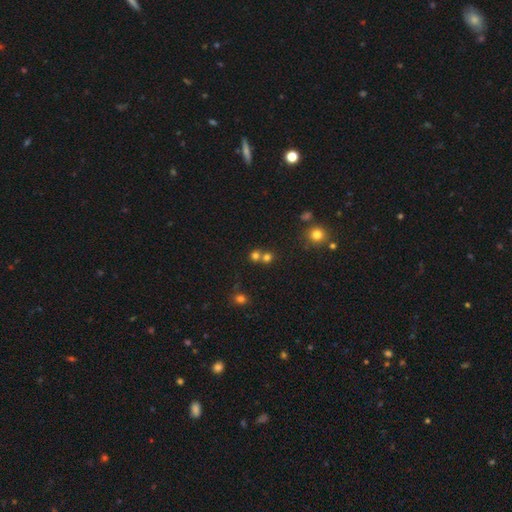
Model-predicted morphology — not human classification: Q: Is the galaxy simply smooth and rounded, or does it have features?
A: smooth — 70%.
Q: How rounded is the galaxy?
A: round — 86%.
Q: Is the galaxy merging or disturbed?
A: none — 47%.